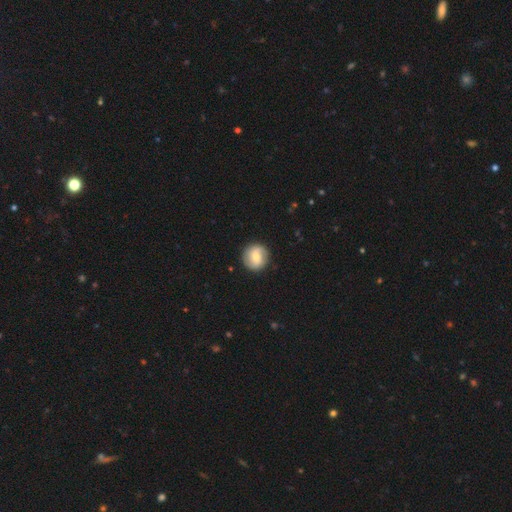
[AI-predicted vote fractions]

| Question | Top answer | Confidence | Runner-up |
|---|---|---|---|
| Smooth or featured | featured or disk | 51% | smooth (43%) |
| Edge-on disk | no | 97% | yes (3%) |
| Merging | none | 88% | minor disturbance (9%) |